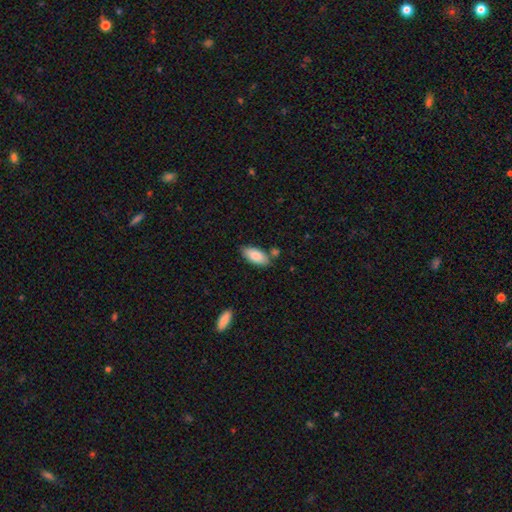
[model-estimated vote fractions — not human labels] Smooth or featured?
  - smooth: 85% *
  - featured or disk: 9%
  - star or artifact: 6%
How rounded?
  - in between: 89% *
  - cigar-shaped: 9%
  - round: 2%
Merging?
  - none: 75% *
  - minor disturbance: 14%
  - merger: 8%
  - major disturbance: 3%